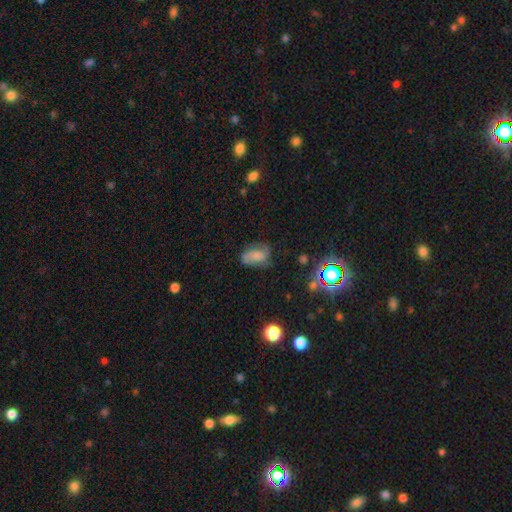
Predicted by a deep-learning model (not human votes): This is marginally a smooth galaxy (45%). Merging: possibly none (56%).